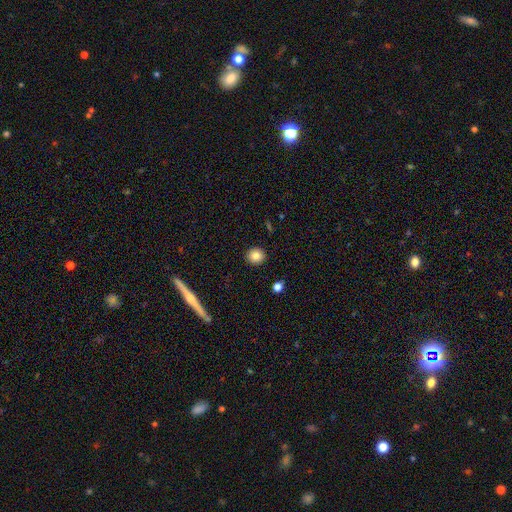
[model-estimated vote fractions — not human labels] Overall: smooth (83%). How rounded: round (88%). Merging: none (91%).